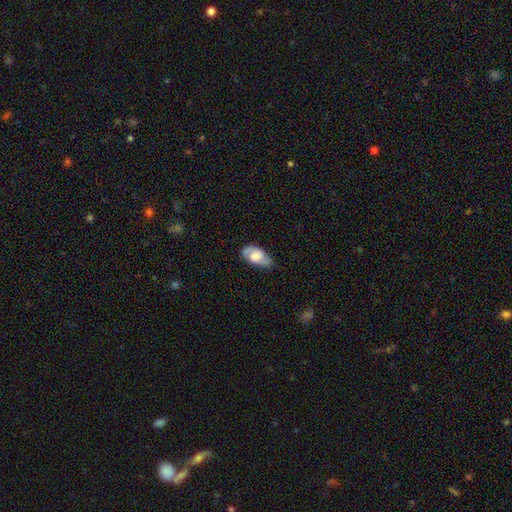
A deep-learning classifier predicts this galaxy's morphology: featured or disk 51%, smooth 42%, star or artifact 7%. Down the decision tree: edge-on disk — no (92%); merging — none (73%).